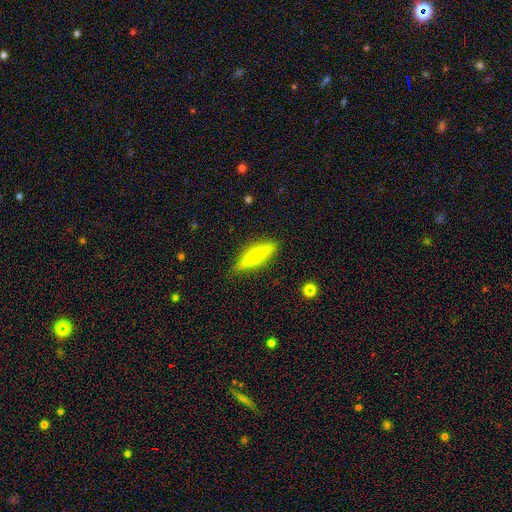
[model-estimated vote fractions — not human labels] Morphology: type=smooth (70%); roundness=cigar-shaped (77%); merging=none (86%).